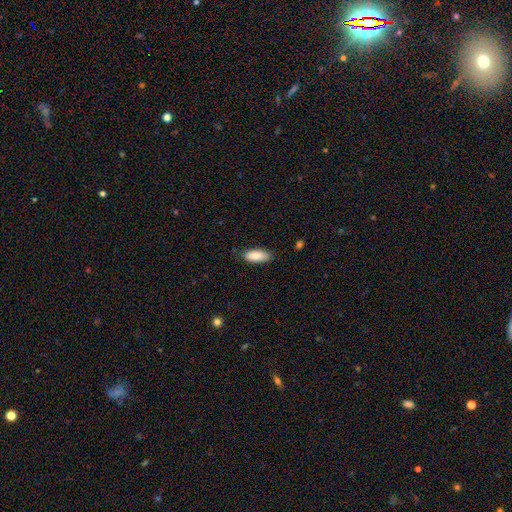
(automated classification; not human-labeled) Smooth or featured? Predicted: smooth (p=0.87). How rounded? Predicted: in between (p=0.81). Merging? Predicted: none (p=0.82).